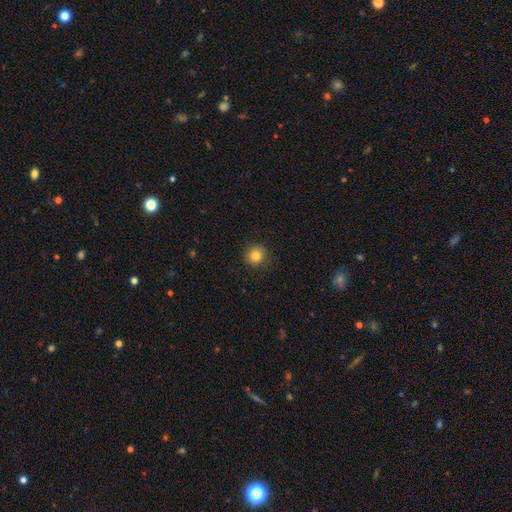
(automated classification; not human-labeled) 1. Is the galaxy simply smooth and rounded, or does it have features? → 84% smooth, 11% star or artifact, 6% featured or disk.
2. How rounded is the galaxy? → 92% round, 7% in between, 1% cigar-shaped.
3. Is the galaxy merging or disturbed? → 91% none, 6% minor disturbance, 2% major disturbance, 1% merger.